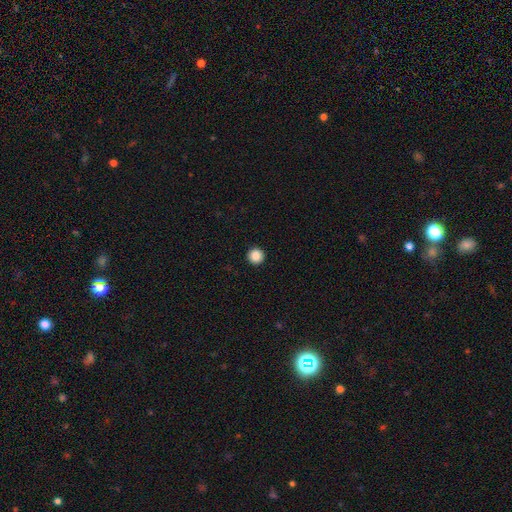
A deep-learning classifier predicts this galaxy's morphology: Q: Smooth or featured?
A: smooth (87%); runner-up: star or artifact (10%)
Q: How rounded?
A: round (97%); runner-up: in between (3%)
Q: Merging?
A: none (94%); runner-up: minor disturbance (4%)